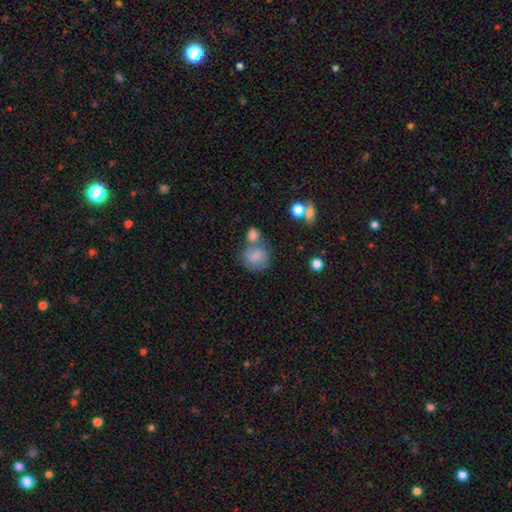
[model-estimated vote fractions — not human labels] Overall: smooth (74%). How rounded: round (73%). Merging: none (46%; merger 30%).